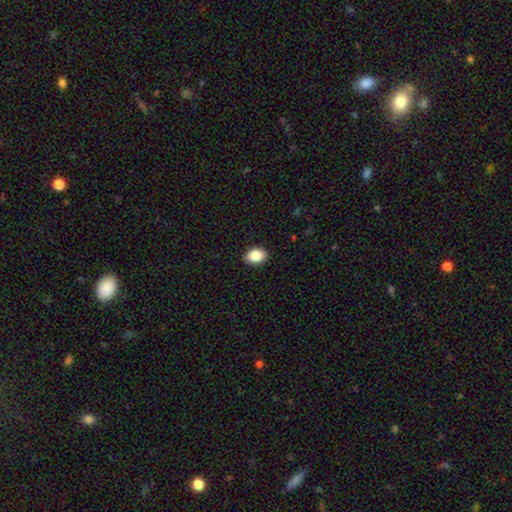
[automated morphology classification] This appears to be a smooth galaxy with no disk features (86%) that is in between round and cigar-shaped (78%). Merging: none (89%).